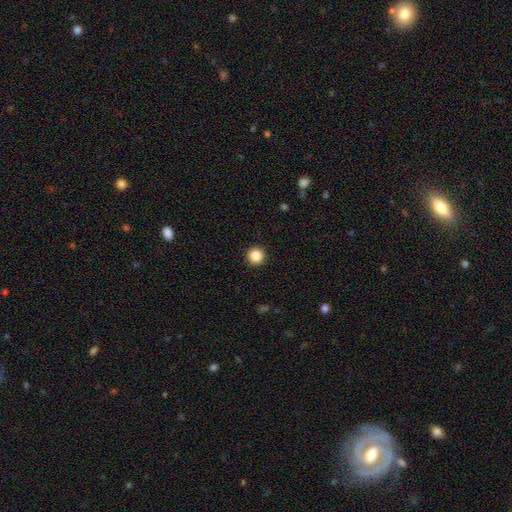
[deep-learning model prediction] Morphology: type=smooth (86%); roundness=round (96%); merging=none (93%).